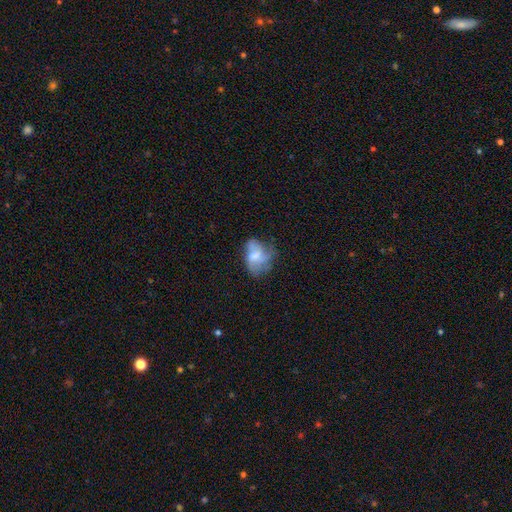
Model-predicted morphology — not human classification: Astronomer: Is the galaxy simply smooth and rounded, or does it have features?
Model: smooth — 49% (runner-up: featured or disk, 42%).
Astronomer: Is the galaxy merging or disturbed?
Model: none — 41% (runner-up: minor disturbance, 30%).